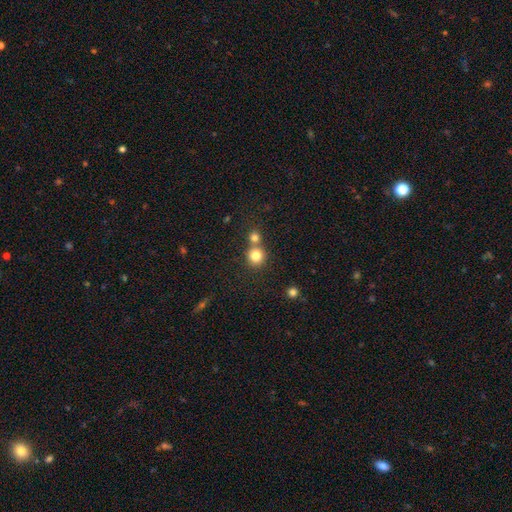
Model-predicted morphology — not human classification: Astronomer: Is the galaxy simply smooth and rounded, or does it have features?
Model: smooth — 81%.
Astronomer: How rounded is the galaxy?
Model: round — 89%.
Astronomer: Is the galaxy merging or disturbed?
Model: none — 56% (runner-up: merger, 35%).